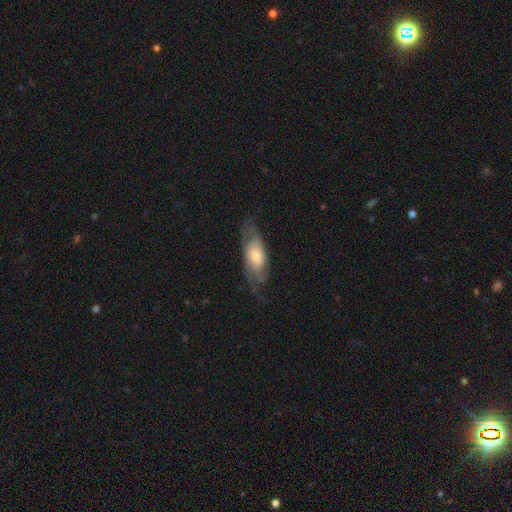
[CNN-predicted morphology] Smooth or featured? Predicted: featured or disk (p=0.59). Edge-on disk? Predicted: no (p=0.85). Bar? Predicted: no (p=0.63). Spiral arms? Predicted: yes (p=0.80). Bulge size? Predicted: moderate (p=0.45). Merging? Predicted: none (p=0.61).